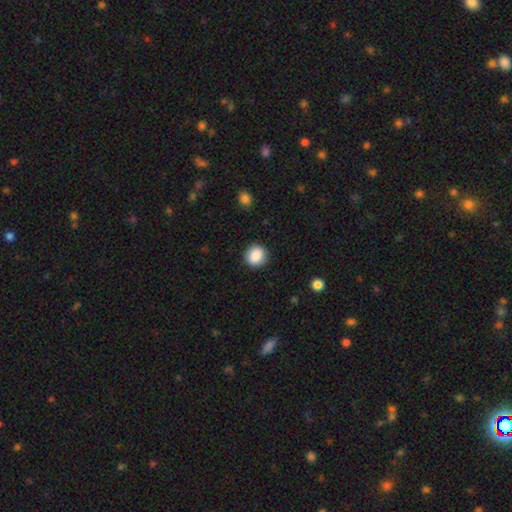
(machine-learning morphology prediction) Overall: smooth (88%). How rounded: round (88%). Merging: none (90%).